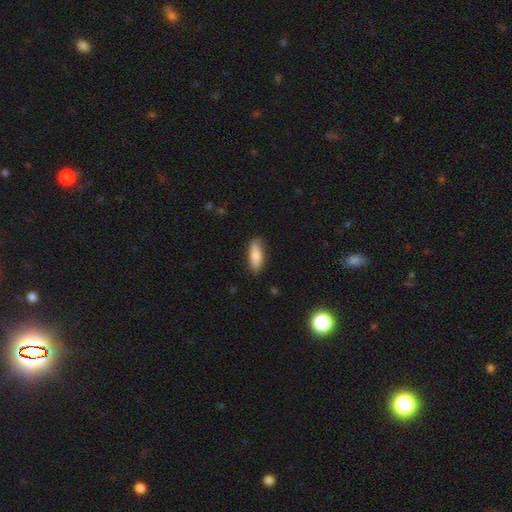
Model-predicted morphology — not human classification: This is likely a smooth galaxy (76%). How rounded: possibly in between (55%). Merging: clearly none (84%).